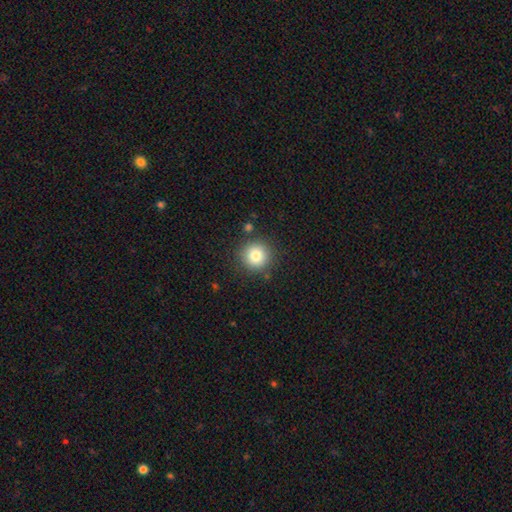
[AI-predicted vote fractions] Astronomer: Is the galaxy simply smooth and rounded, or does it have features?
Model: smooth — 81%.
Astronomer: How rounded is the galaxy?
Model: round — 94%.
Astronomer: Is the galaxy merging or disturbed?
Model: none — 87%.